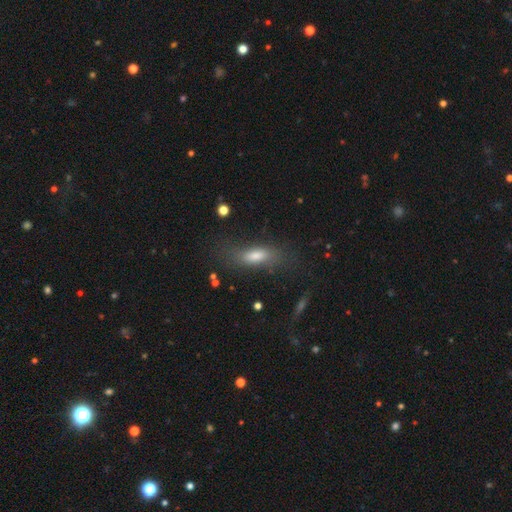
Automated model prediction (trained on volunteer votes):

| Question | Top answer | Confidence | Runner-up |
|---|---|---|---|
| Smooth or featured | smooth | 67% | featured or disk (22%) |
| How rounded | in between | 56% | cigar-shaped (41%) |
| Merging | none | 67% | minor disturbance (18%) |